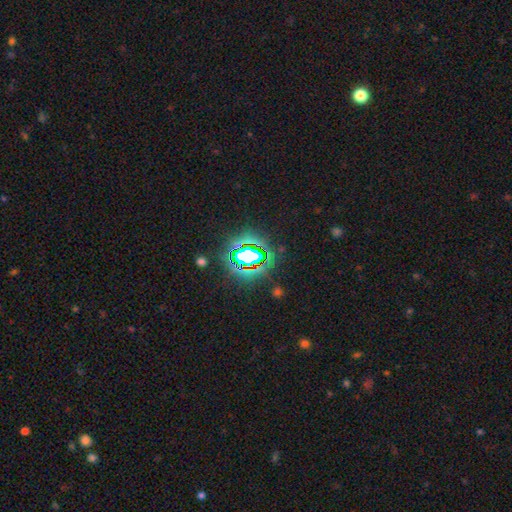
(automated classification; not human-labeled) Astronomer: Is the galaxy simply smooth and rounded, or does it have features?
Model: star or artifact — 77%.